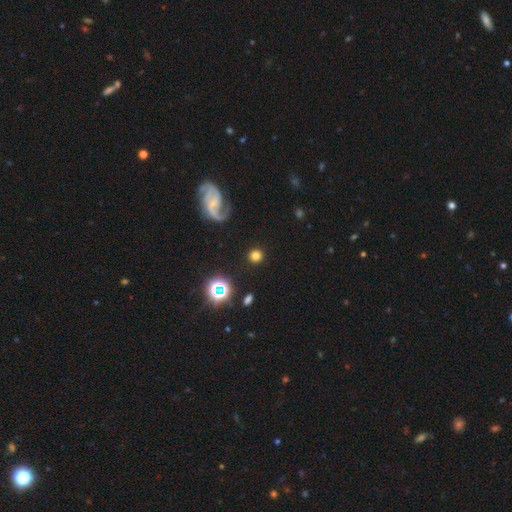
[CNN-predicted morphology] Smooth or featured?
  - smooth: 68% *
  - star or artifact: 16%
  - featured or disk: 16%
How rounded?
  - round: 93% *
  - in between: 6%
  - cigar-shaped: 1%
Merging?
  - none: 88% *
  - minor disturbance: 6%
  - major disturbance: 4%
  - merger: 2%